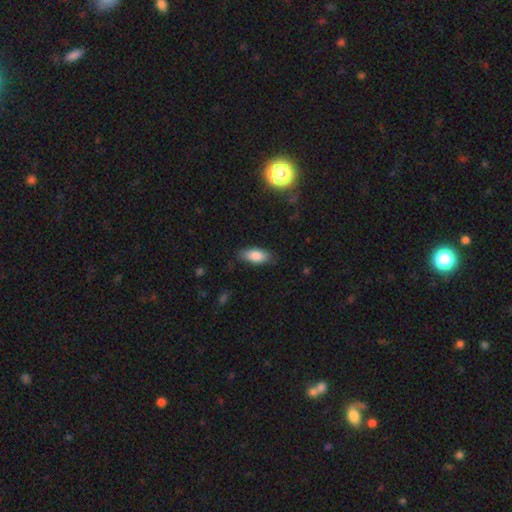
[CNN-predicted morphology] Smooth or featured? Predicted: smooth (p=0.82). How rounded? Predicted: in between (p=0.84). Merging? Predicted: none (p=0.81).